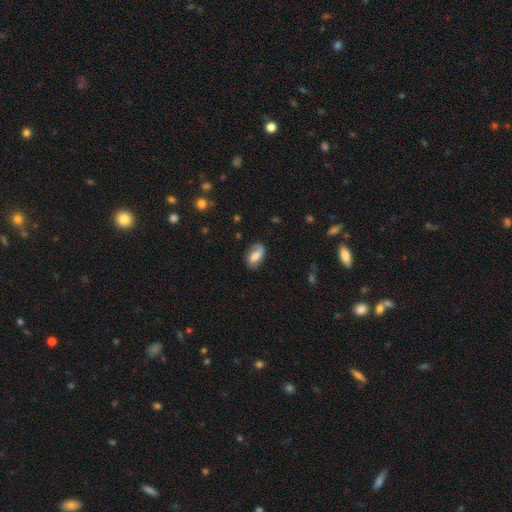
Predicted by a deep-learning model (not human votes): featured or disk 47%, smooth 45%, star or artifact 8%. Down the decision tree: merging — none (70%).